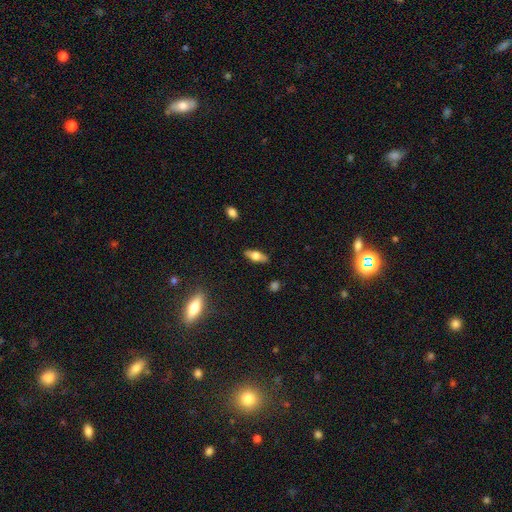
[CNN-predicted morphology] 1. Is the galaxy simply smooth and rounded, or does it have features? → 55% smooth, 37% featured or disk, 7% star or artifact.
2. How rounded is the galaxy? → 68% in between, 29% cigar-shaped, 4% round.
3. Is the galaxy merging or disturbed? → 86% none, 10% minor disturbance, 2% major disturbance, 1% merger.